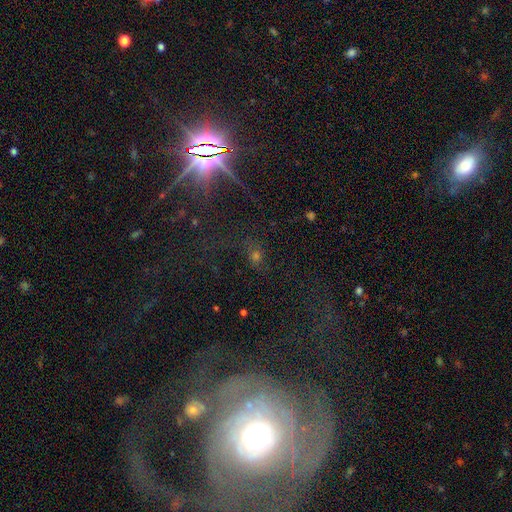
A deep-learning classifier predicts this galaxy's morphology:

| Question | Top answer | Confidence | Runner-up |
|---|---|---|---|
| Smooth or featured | star or artifact | 54% | smooth (29%) |